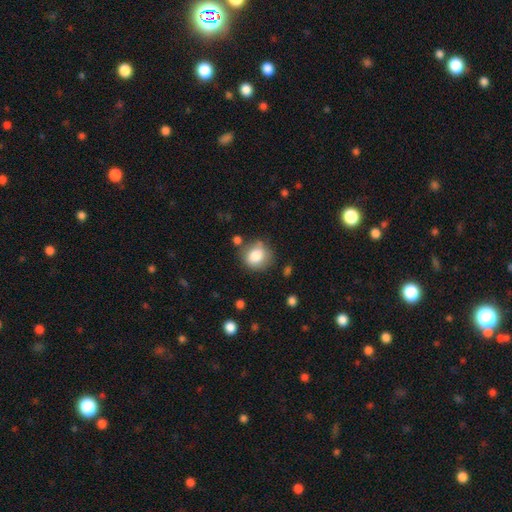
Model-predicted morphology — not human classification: smooth 80%, featured or disk 11%, star or artifact 9%. Down the decision tree: how rounded — round (82%); merging — none (73%).